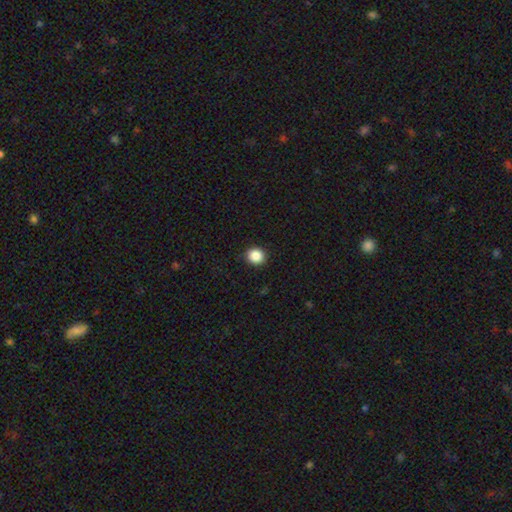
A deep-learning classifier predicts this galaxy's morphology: Smooth or featured? Predicted: smooth (p=0.87). How rounded? Predicted: round (p=0.85). Merging? Predicted: none (p=0.91).